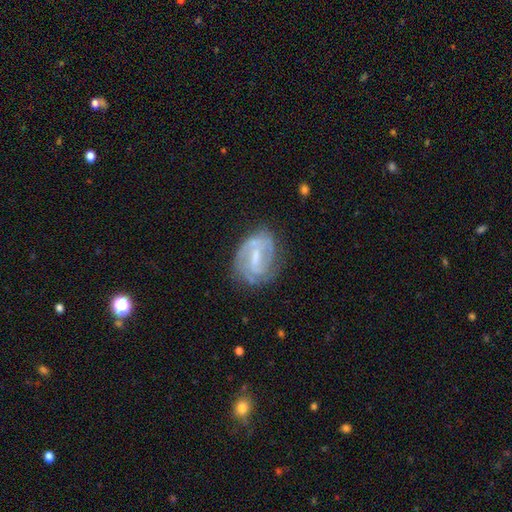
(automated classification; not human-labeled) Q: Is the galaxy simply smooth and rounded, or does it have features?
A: featured or disk — 78%.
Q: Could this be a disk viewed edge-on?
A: no — 97%.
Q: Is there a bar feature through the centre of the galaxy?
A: weak — 50%.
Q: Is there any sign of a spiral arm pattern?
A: yes — 88%.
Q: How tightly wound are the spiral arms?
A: tight — 46%.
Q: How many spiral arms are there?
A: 2 — 58%.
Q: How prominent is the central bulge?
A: small — 42%.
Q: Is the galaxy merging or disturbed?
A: none — 66%.